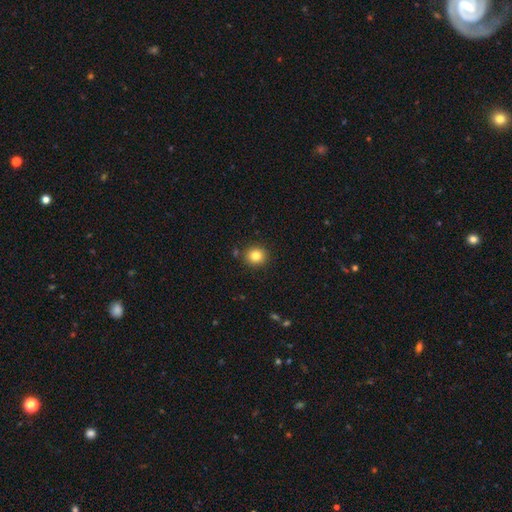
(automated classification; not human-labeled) Smooth or featured? smooth (83%)
How rounded? round (88%)
Merging? none (88%)